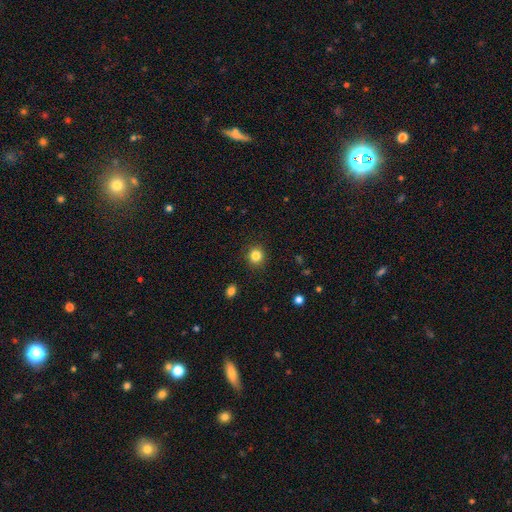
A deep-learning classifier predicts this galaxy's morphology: This is clearly a smooth galaxy (83%). How rounded: clearly round (88%). Merging: clearly none (90%).